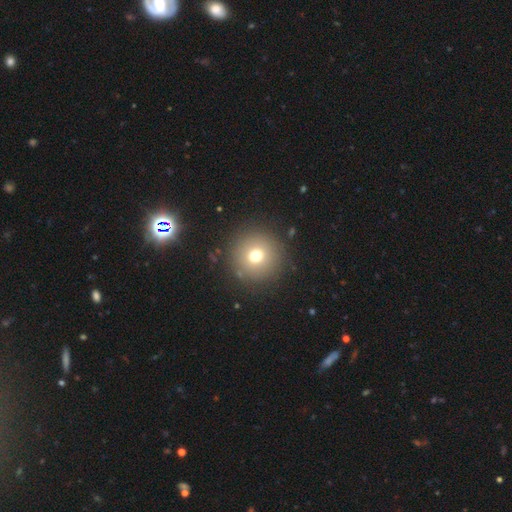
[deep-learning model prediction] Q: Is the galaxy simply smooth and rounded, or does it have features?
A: smooth — 72%.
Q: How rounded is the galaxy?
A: round — 96%.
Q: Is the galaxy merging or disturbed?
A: none — 89%.